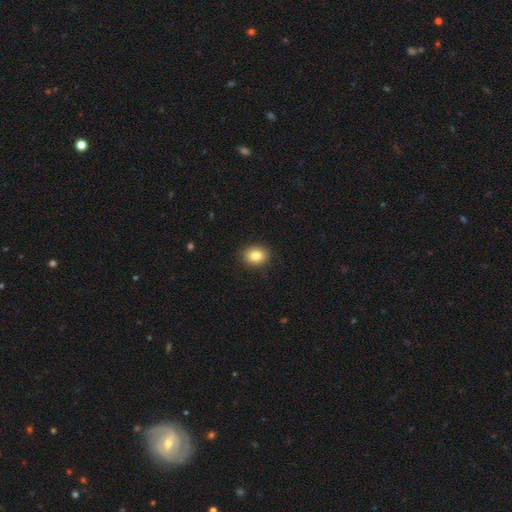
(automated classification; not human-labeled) This appears to be a smooth galaxy with no disk features (84%) that is round (52%). Merging: none (89%).